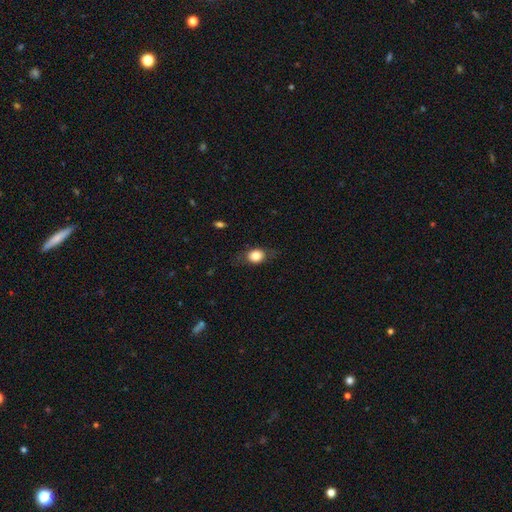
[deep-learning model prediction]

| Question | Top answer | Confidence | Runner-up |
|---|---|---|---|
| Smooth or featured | smooth | 78% | featured or disk (14%) |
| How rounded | in between | 51% | round (47%) |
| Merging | none | 73% | minor disturbance (19%) |